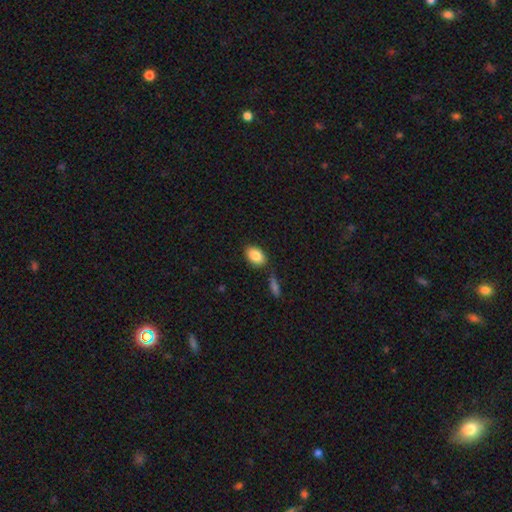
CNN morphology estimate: smooth-or-featured: smooth: 85% | featured or disk: 8% | star or artifact: 7%
  how-rounded: in between: 88% | round: 10% | cigar-shaped: 2%
  merging: none: 78% | minor disturbance: 12% | merger: 7% | major disturbance: 3%